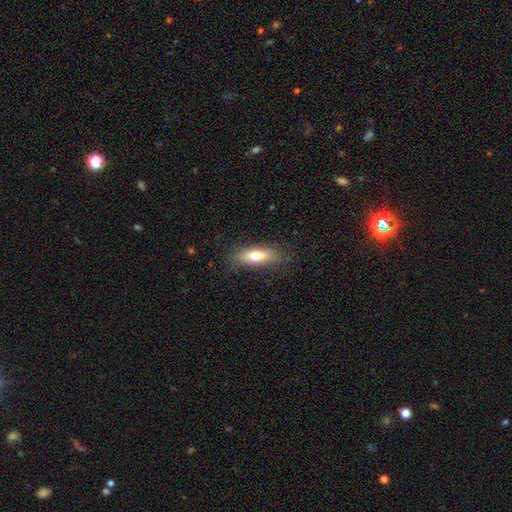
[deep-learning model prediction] A smooth galaxy with no disk features (74%) that is in between round and cigar-shaped (55%).

Vote fractions:
- Smooth or featured? smooth: 74% / featured or disk: 19% / star or artifact: 7%
- How rounded? in between: 55% / cigar-shaped: 43% / round: 2%
- Merging? none: 79% / minor disturbance: 15% / major disturbance: 5% / merger: 1%